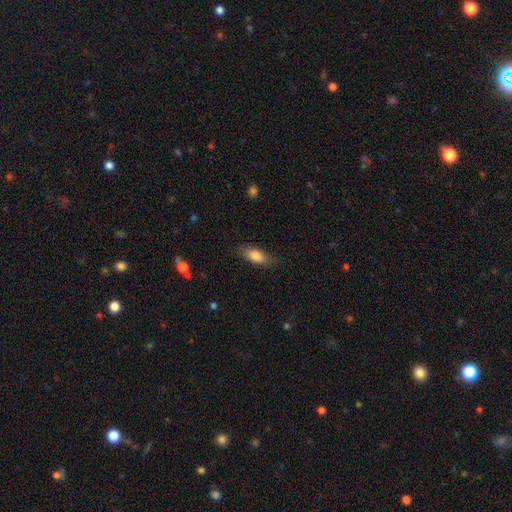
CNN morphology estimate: Overall: smooth (81%). How rounded: in between (81%). Merging: none (82%).